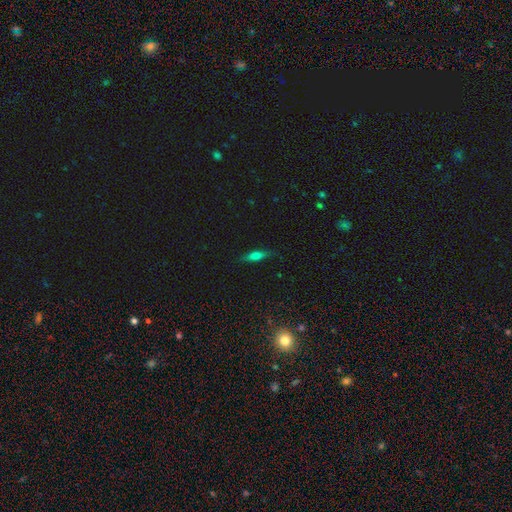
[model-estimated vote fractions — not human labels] Smooth or featured? smooth (58%)
How rounded? cigar-shaped (60%)
Merging? none (81%)